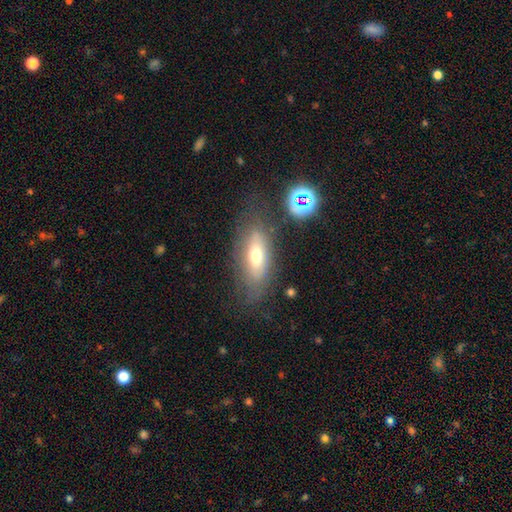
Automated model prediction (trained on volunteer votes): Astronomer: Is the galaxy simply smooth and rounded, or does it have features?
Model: smooth — 57% (runner-up: featured or disk, 32%).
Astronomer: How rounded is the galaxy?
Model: in between — 74%.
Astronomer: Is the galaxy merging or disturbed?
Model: none — 65%.